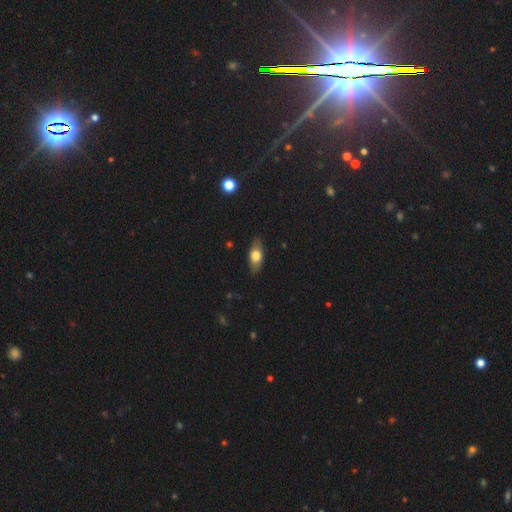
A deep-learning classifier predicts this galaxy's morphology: smooth 67%, featured or disk 27%, star or artifact 7%. Down the decision tree: how rounded — in between (79%); merging — none (85%).